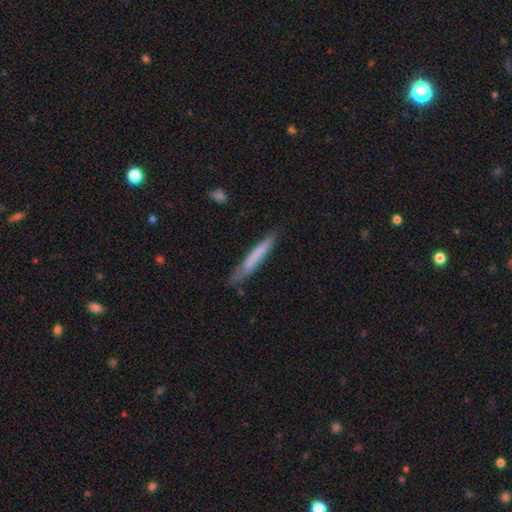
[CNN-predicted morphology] Smooth or featured? Predicted: smooth (p=0.67). How rounded? Predicted: cigar-shaped (p=0.95). Merging? Predicted: none (p=0.75).